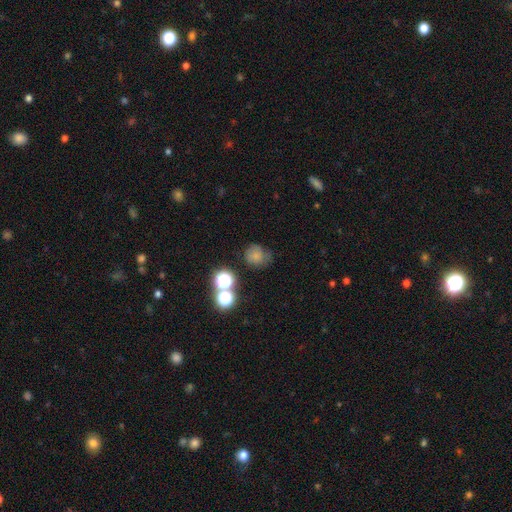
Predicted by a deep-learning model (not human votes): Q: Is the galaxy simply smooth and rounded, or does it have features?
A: smooth — 68%.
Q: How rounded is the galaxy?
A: round — 80%.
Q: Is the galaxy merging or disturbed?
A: none — 60%.